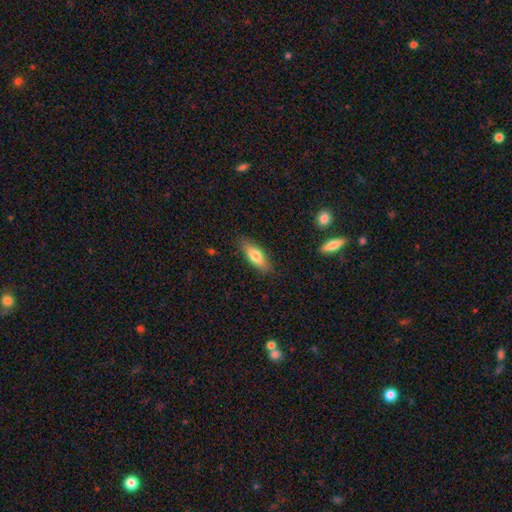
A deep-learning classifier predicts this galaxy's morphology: smooth 72%, featured or disk 22%, star or artifact 7%. Down the decision tree: how rounded — in between (61%); merging — none (85%).